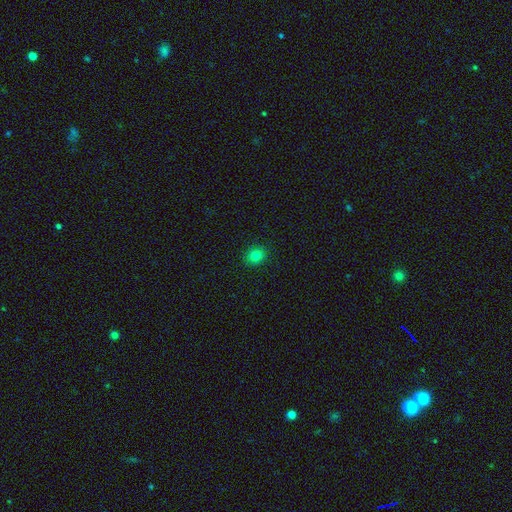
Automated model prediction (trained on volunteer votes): This appears to be a smooth galaxy with no disk features (81%) that is round (71%). Merging: none (91%).